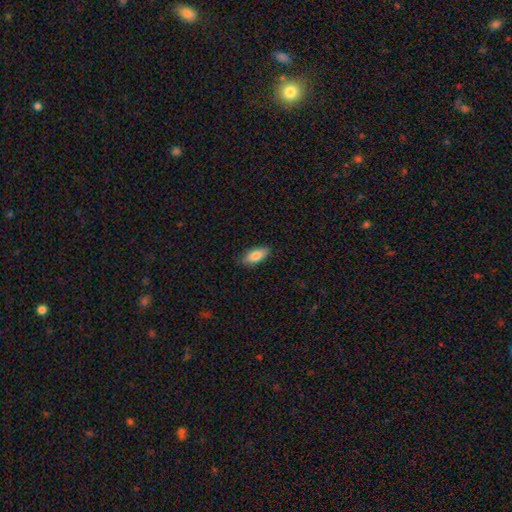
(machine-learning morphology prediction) Smooth or featured? Predicted: smooth (p=0.79). How rounded? Predicted: in between (p=0.78). Merging? Predicted: none (p=0.86).